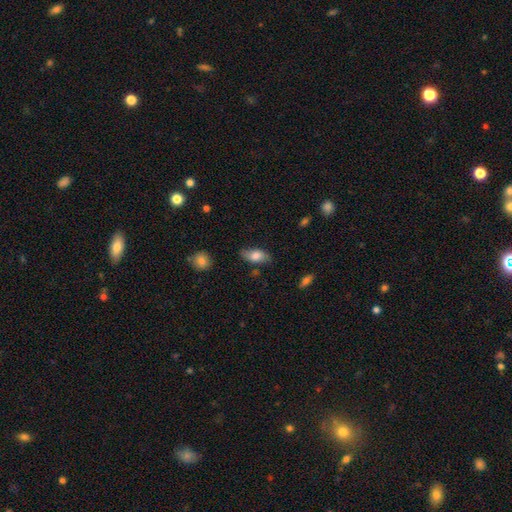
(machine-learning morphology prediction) Q: Smooth or featured?
A: smooth (72%); runner-up: featured or disk (21%)
Q: How rounded?
A: in between (88%); runner-up: cigar-shaped (8%)
Q: Merging?
A: none (76%); runner-up: minor disturbance (18%)